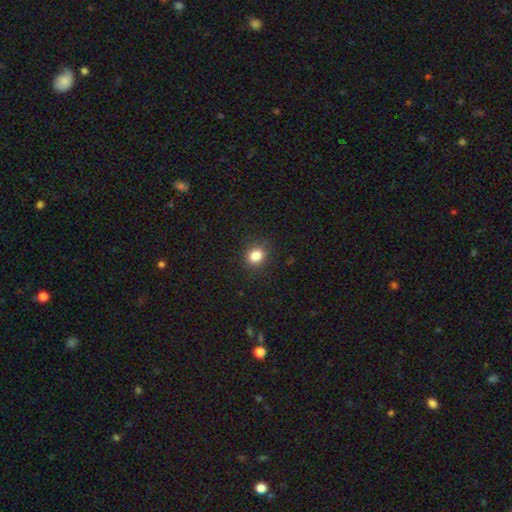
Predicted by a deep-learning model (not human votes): Morphology: type=smooth (84%); roundness=round (65%); merging=none (88%).